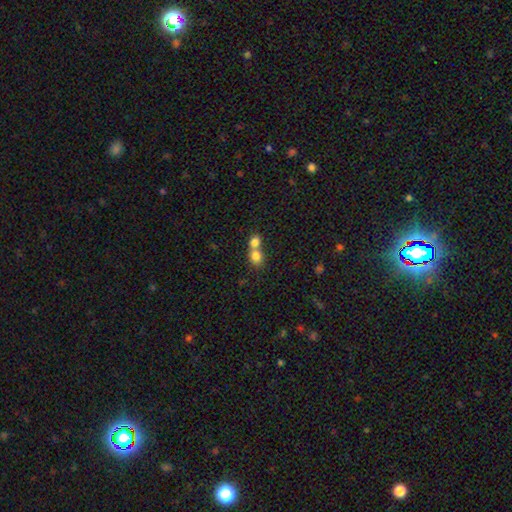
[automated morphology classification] Overall: smooth (79%). How rounded: round (64%; in between 34%). Merging: merger (67%).